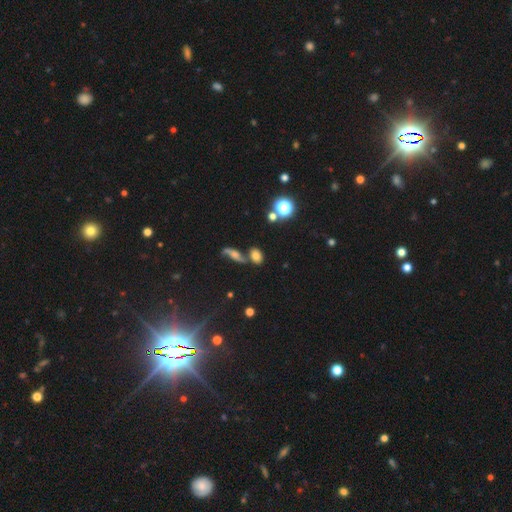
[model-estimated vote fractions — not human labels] Smooth or featured? Predicted: smooth (p=0.69). How rounded? Predicted: in between (p=0.68). Merging? Predicted: none (p=0.55).